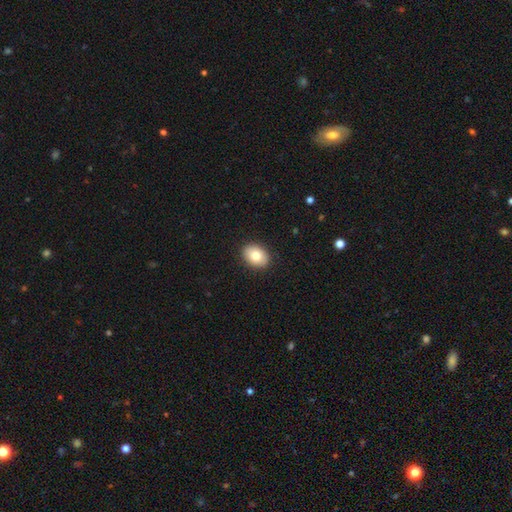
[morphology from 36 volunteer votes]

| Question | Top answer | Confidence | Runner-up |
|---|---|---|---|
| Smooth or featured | smooth | 75% | featured or disk (22%) |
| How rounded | in between | 78% | round (22%) |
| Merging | none | 97% | minor disturbance (3%) |